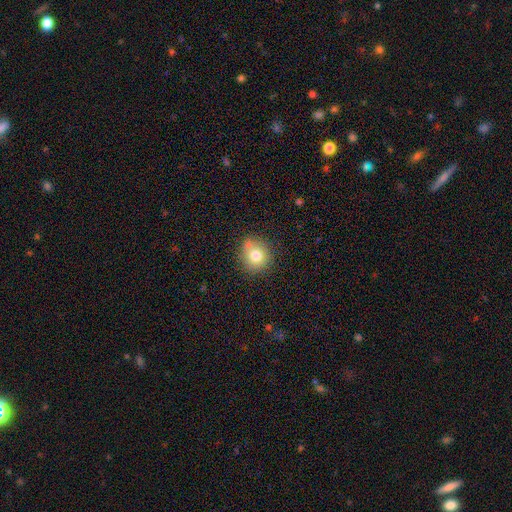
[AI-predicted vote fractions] Morphology: type=smooth (77%); roundness=round (86%); merging=none (68%).